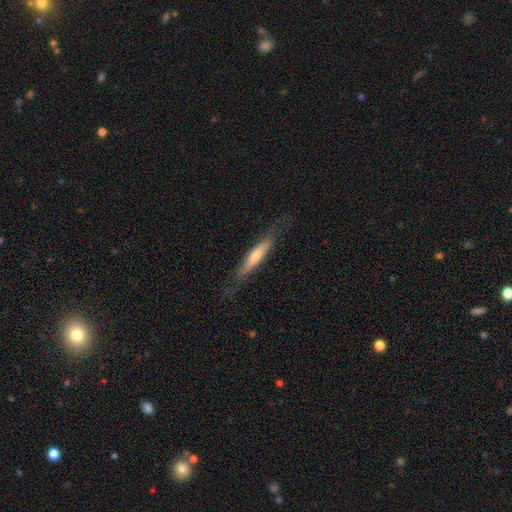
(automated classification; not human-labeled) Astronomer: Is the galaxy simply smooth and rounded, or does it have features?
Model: featured or disk — 56% (runner-up: smooth, 37%).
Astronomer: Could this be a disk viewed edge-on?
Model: yes — 87%.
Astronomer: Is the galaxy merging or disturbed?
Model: none — 75%.